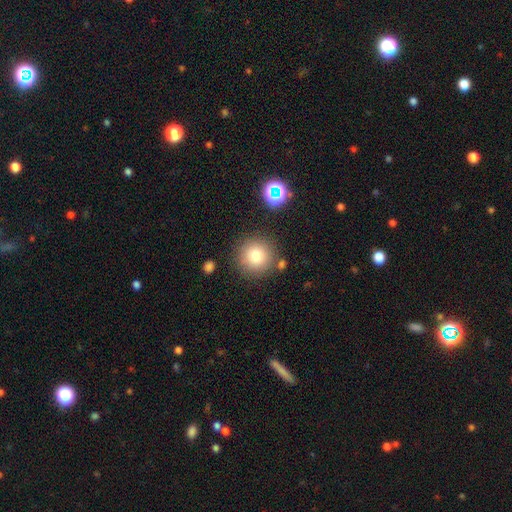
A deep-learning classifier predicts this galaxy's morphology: Smooth or featured?
  - smooth: 79% *
  - star or artifact: 12%
  - featured or disk: 9%
How rounded?
  - round: 95% *
  - in between: 4%
  - cigar-shaped: 1%
Merging?
  - none: 83% *
  - minor disturbance: 8%
  - merger: 5%
  - major disturbance: 3%